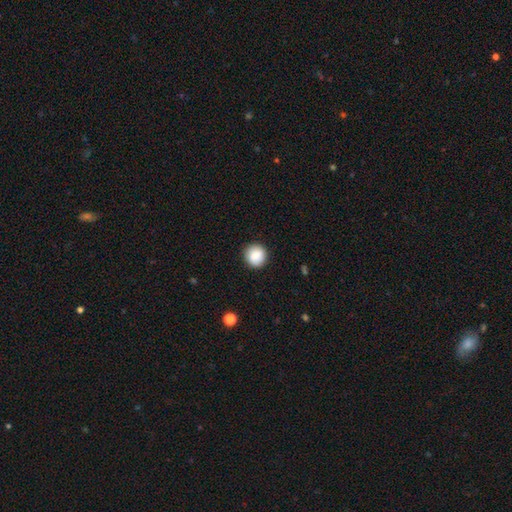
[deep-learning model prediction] smooth-or-featured: smooth: 87% | star or artifact: 8% | featured or disk: 5%
  how-rounded: round: 93% | in between: 6% | cigar-shaped: 1%
  merging: none: 90% | minor disturbance: 7% | major disturbance: 2% | merger: 1%